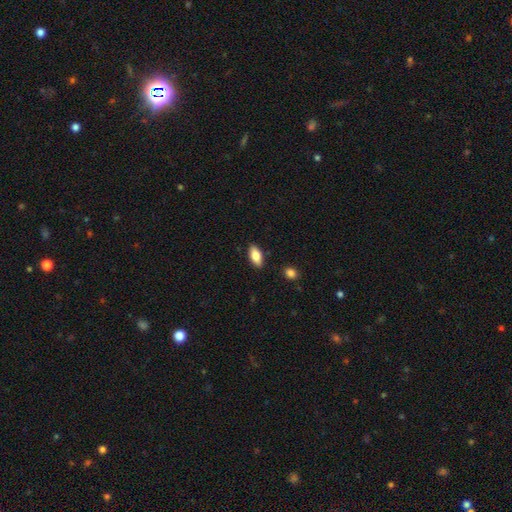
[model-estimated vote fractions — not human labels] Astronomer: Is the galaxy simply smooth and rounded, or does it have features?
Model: smooth — 81%.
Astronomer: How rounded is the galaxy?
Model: in between — 87%.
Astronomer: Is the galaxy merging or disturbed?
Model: none — 88%.